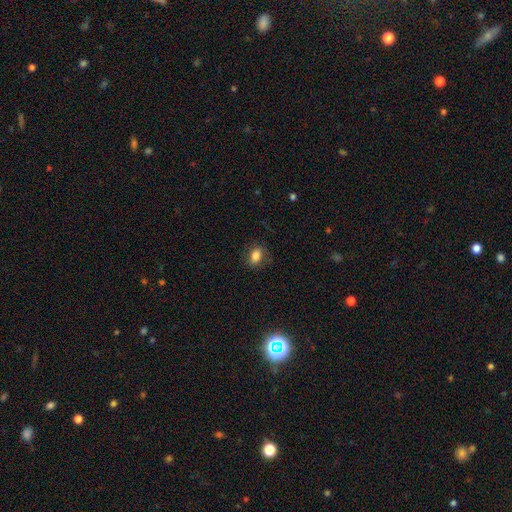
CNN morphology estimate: This is clearly a smooth galaxy (83%). How rounded: likely in between (78%). Merging: likely none (79%).